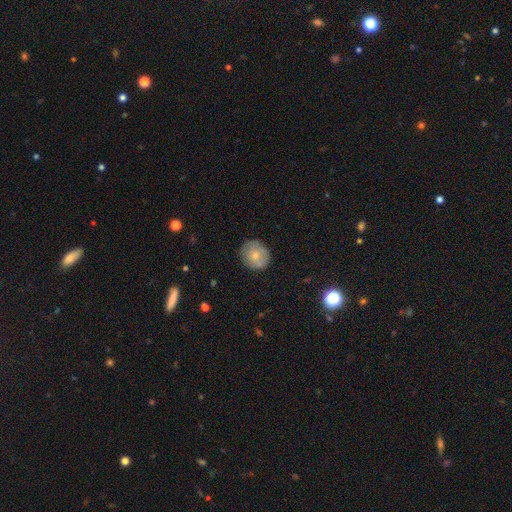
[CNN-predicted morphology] Smooth or featured? smooth (68%)
How rounded? round (81%)
Merging? none (79%)